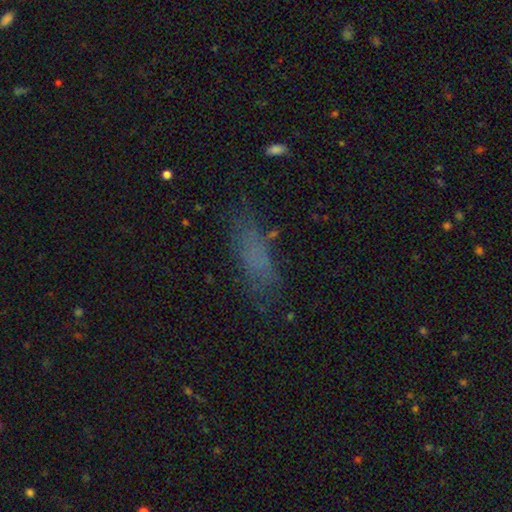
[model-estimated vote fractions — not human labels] Smooth or featured: smooth — 64% (featured or disk — 19%)
How rounded: in between — 49% (cigar-shaped — 48%)
Merging: none — 70% (minor disturbance — 18%)